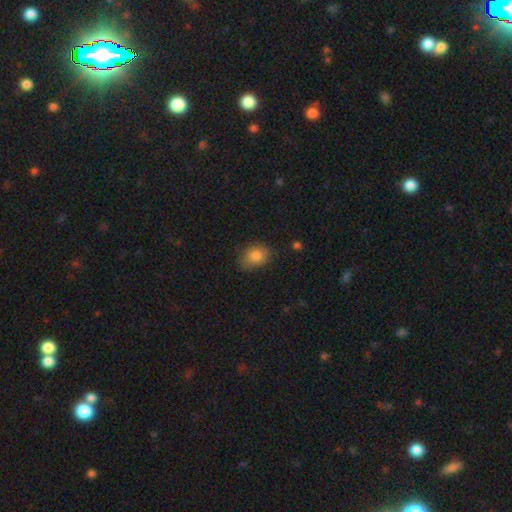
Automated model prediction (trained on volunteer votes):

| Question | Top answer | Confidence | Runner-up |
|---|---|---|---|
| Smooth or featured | smooth | 84% | star or artifact (9%) |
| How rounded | in between | 60% | round (39%) |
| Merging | none | 74% | minor disturbance (20%) |